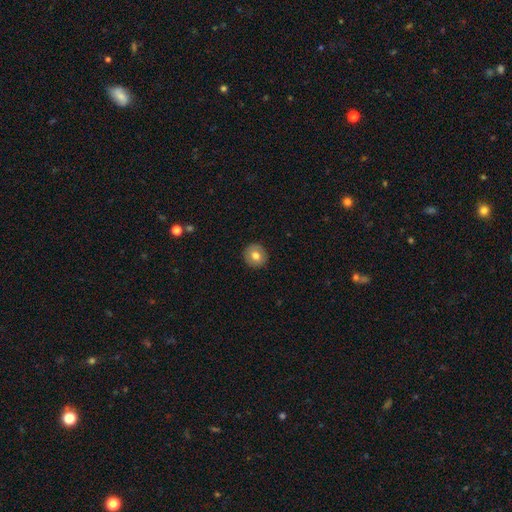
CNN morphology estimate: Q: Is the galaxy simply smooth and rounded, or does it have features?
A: smooth — 76%.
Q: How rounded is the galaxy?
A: round — 92%.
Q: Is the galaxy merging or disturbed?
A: none — 91%.